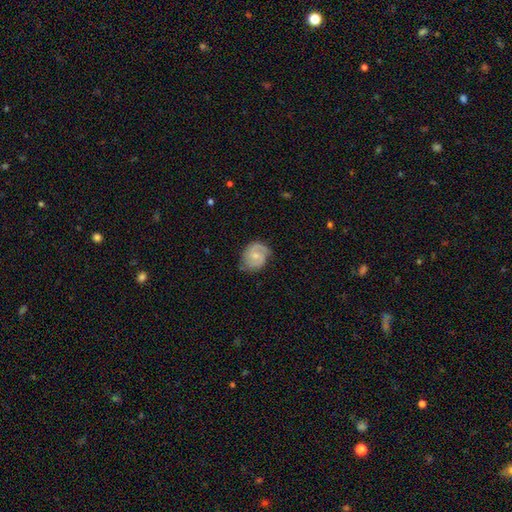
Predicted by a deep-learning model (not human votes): A featured or disk galaxy (73%) with no bar (56%), 2 (78%) medium (44%) spiral arms (94%) and a small central bulge (57%). Merging: none (70%).